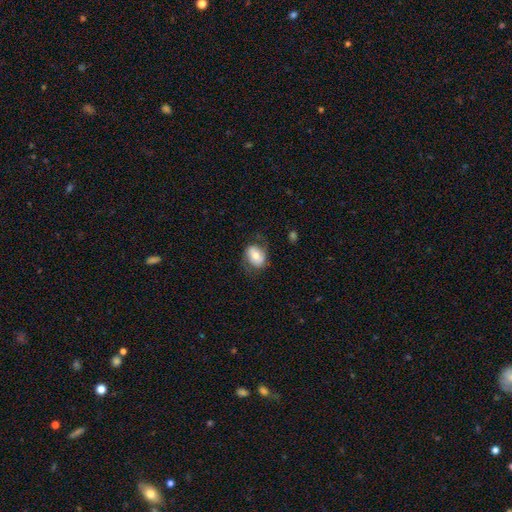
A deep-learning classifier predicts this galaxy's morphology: smooth-or-featured: smooth: 58% | featured or disk: 34% | star or artifact: 8%
  how-rounded: in between: 68% | round: 31% | cigar-shaped: 1%
  merging: none: 66% | minor disturbance: 21% | major disturbance: 12% | merger: 1%